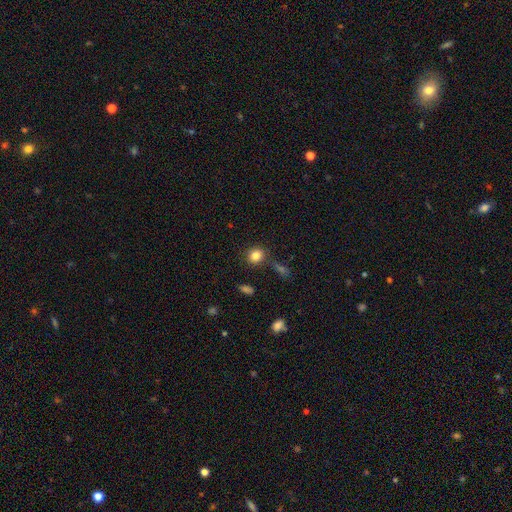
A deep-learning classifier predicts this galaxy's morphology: Q: Smooth or featured?
A: smooth (83%); runner-up: star or artifact (11%)
Q: How rounded?
A: round (74%); runner-up: in between (25%)
Q: Merging?
A: none (81%); runner-up: minor disturbance (11%)